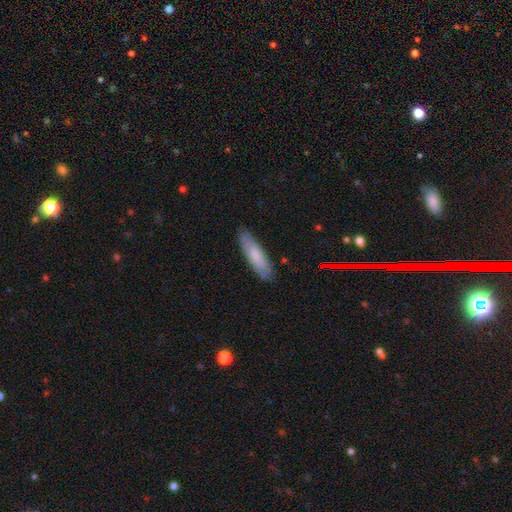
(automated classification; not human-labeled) Smooth or featured? Predicted: smooth (p=0.69). How rounded? Predicted: cigar-shaped (p=0.62). Merging? Predicted: none (p=0.84).